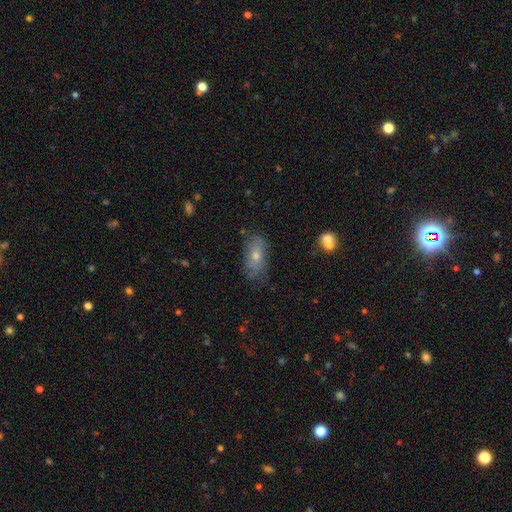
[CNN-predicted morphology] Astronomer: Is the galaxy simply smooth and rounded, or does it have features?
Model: smooth — 49% (runner-up: featured or disk, 38%).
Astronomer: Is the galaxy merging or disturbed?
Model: none — 72%.